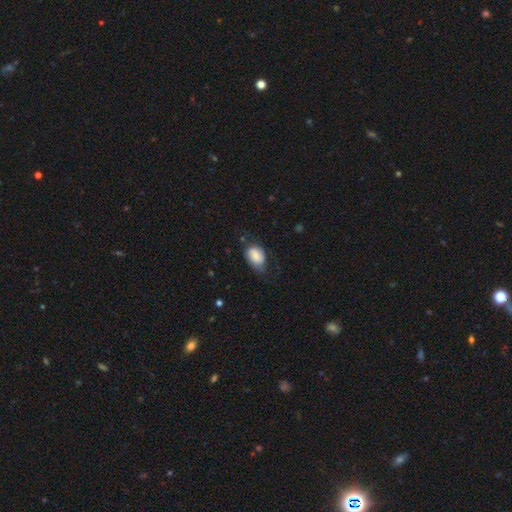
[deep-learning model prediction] Morphology: type=smooth (73%); roundness=in between (80%); merging=none (49%).